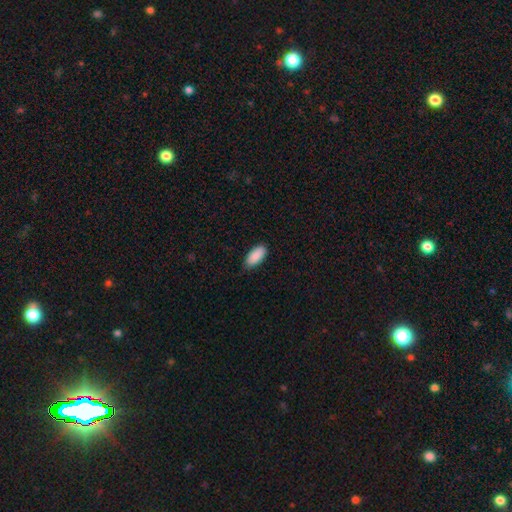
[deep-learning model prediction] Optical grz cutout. It shows a smooth galaxy with no disk features (90%) that is in between round and cigar-shaped (89%). Merging: none (80%).